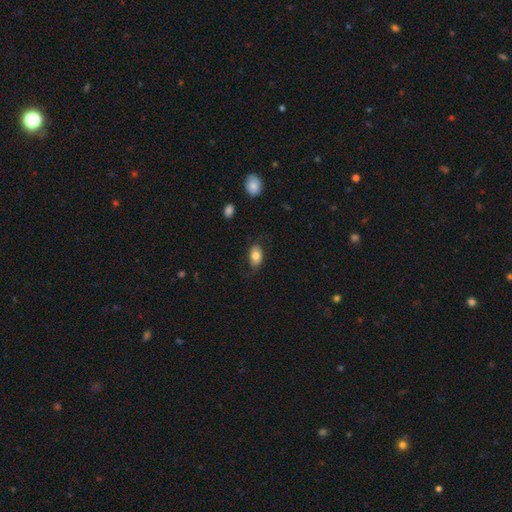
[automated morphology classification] Q: Smooth or featured?
A: smooth (68%); runner-up: featured or disk (24%)
Q: How rounded?
A: in between (88%); runner-up: round (10%)
Q: Merging?
A: none (66%); runner-up: minor disturbance (21%)